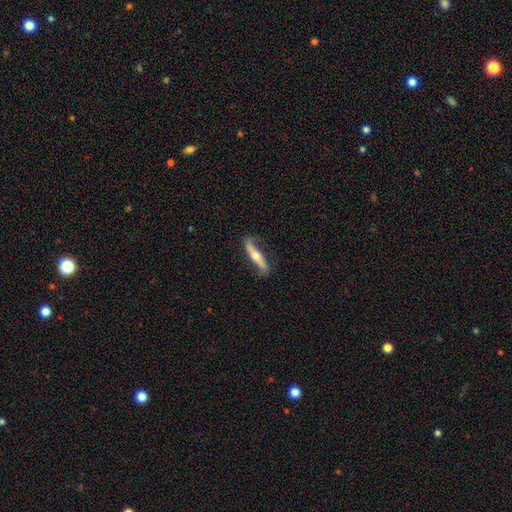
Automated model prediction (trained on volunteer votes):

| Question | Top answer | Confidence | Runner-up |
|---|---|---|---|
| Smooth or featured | featured or disk | 71% | smooth (24%) |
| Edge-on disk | yes | 64% | no (36%) |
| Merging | none | 74% | minor disturbance (18%) |